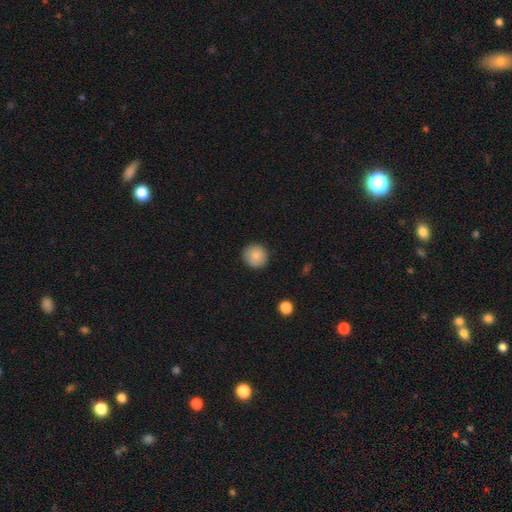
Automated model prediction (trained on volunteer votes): Smooth or featured? Predicted: smooth (p=0.85). How rounded? Predicted: round (p=0.93). Merging? Predicted: none (p=0.91).